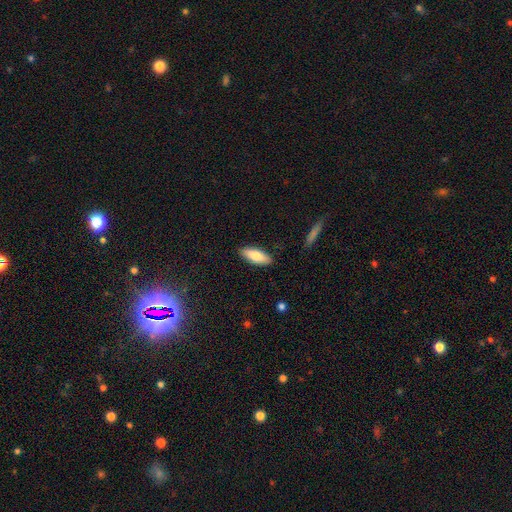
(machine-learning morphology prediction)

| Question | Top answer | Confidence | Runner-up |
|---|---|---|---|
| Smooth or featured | smooth | 80% | featured or disk (15%) |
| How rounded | in between | 69% | cigar-shaped (29%) |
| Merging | none | 88% | minor disturbance (9%) |